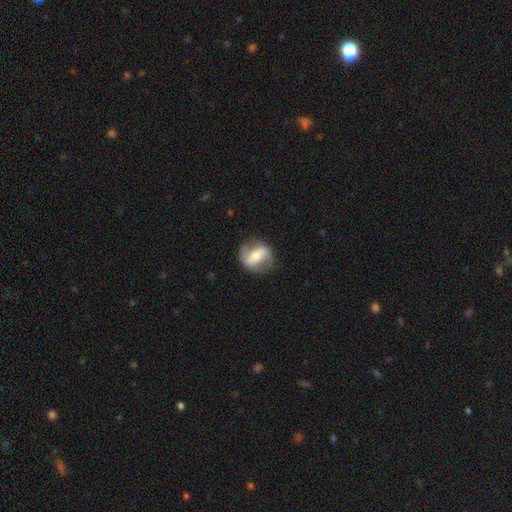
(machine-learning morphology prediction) type=featured or disk (64%); edge-on=no (94%); bar=strong (51%); spiral arms=yes (67%); bulge=moderate (57%); merging=none (76%).